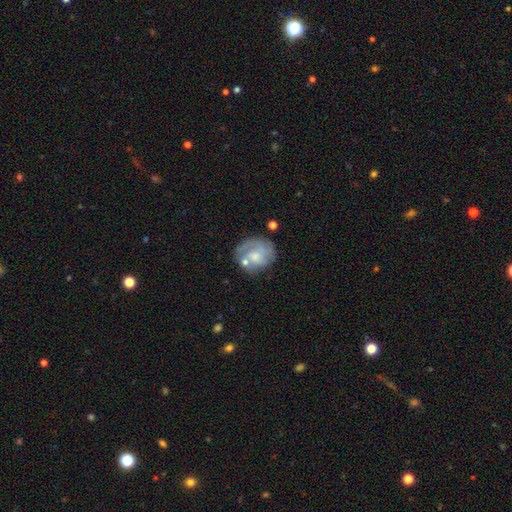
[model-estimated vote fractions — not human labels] smooth_or_featured: featured or disk (p=0.58) [alt: smooth p=0.34]
disk_edge_on: no (p=0.98) [alt: yes p=0.02]
bar: no (p=0.74) [alt: weak p=0.23]
has_spiral_arms: yes (p=0.75) [alt: no p=0.25]
bulge_size: small (p=0.41) [alt: moderate p=0.39]
merging: none (p=0.58) [alt: minor disturbance p=0.20]